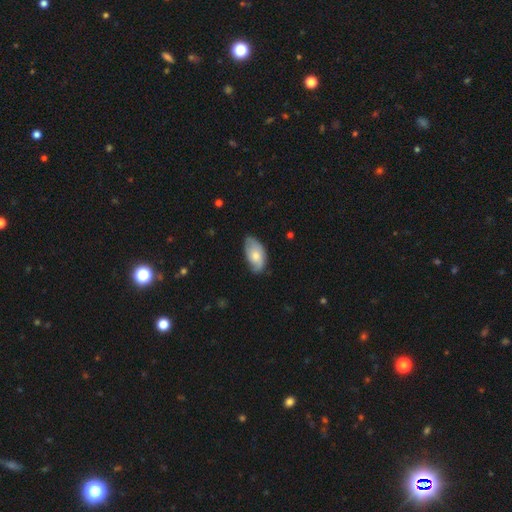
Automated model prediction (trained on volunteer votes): The model was most divided on "smooth or featured": smooth: 64%, featured or disk: 30%, star or artifact: 6%. More confident: how rounded — in between (94%); merging — none (65%).